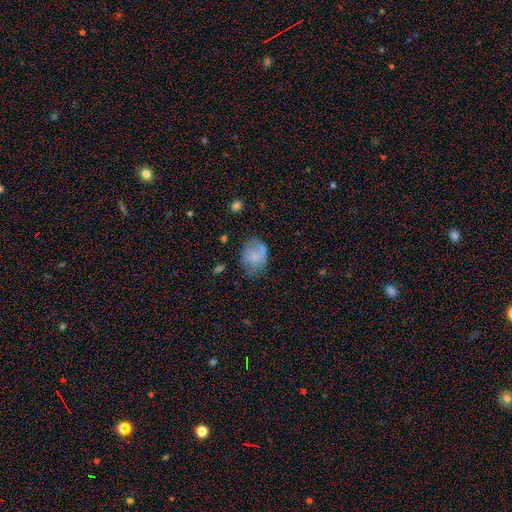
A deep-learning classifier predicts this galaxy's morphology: A smooth galaxy with no disk features (64%) that is in between round and cigar-shaped (59%). Merging: none (53%).